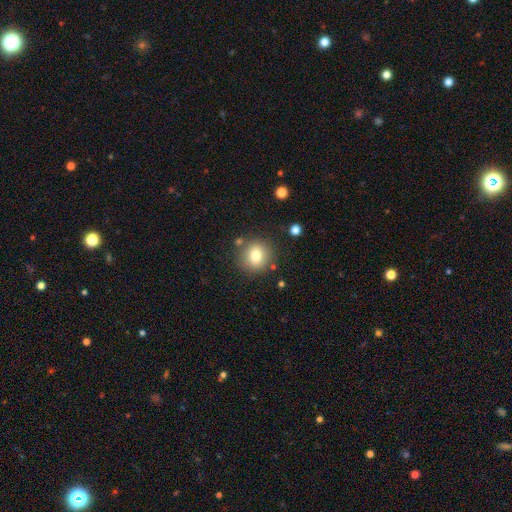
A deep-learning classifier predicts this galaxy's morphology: Smooth or featured?
  - smooth: 78% *
  - star or artifact: 11%
  - featured or disk: 11%
How rounded?
  - round: 89% *
  - in between: 10%
  - cigar-shaped: 1%
Merging?
  - none: 83% *
  - minor disturbance: 9%
  - merger: 4%
  - major disturbance: 3%